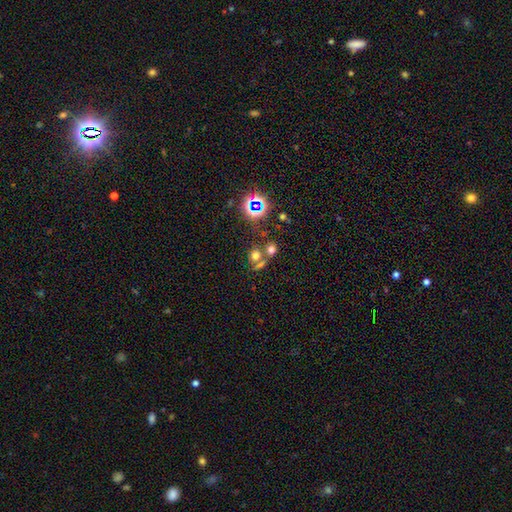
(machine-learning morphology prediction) Q: Smooth or featured?
A: smooth (58%); runner-up: star or artifact (29%)
Q: How rounded?
A: round (75%); runner-up: in between (23%)
Q: Merging?
A: none (51%); runner-up: merger (35%)